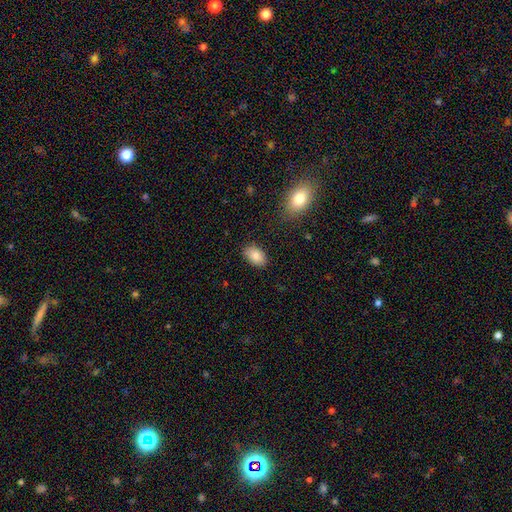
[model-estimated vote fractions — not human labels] Overall: smooth (84%). How rounded: in between (90%). Merging: none (83%).